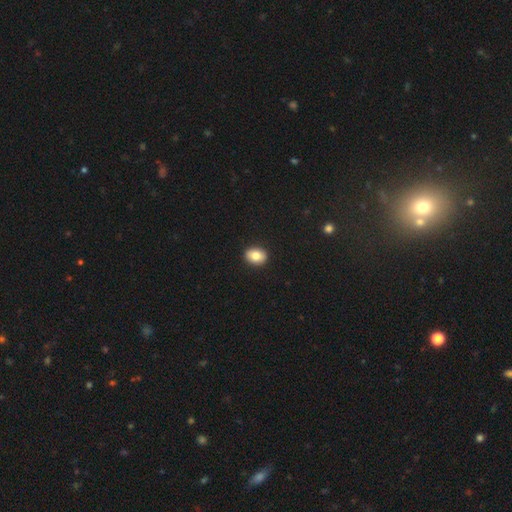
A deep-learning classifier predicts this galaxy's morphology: This appears to be a smooth galaxy with no disk features (83%) that is in between round and cigar-shaped (67%). Merging: none (92%).